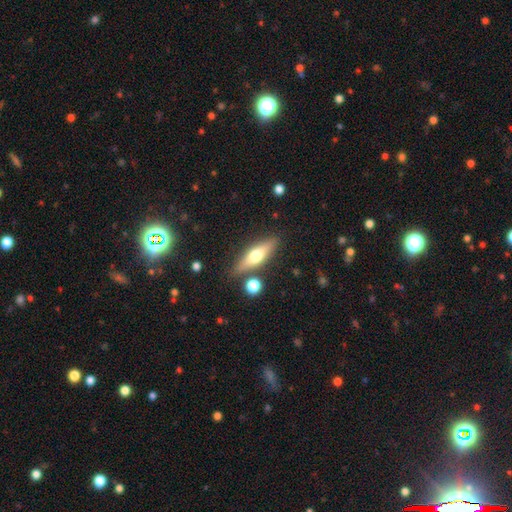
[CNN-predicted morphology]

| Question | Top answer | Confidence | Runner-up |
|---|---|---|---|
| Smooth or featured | smooth | 47% | featured or disk (46%) |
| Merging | none | 81% | minor disturbance (11%) |